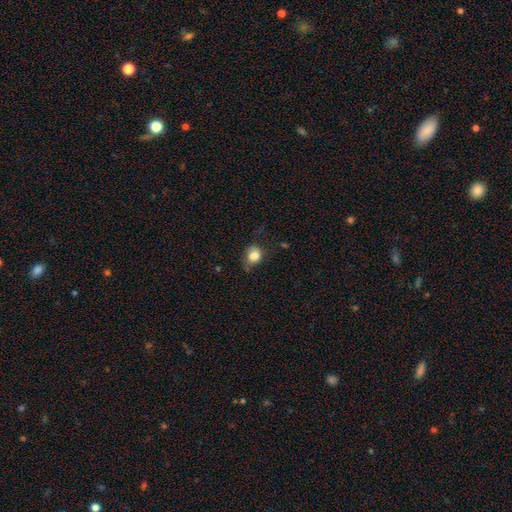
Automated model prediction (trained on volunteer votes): A smooth galaxy with no disk features (83%) that is round (57%).

Vote fractions:
- Smooth or featured? smooth: 83% / star or artifact: 9% / featured or disk: 8%
- How rounded? round: 57% / in between: 42% / cigar-shaped: 1%
- Merging? none: 54% / minor disturbance: 32% / major disturbance: 11% / merger: 3%